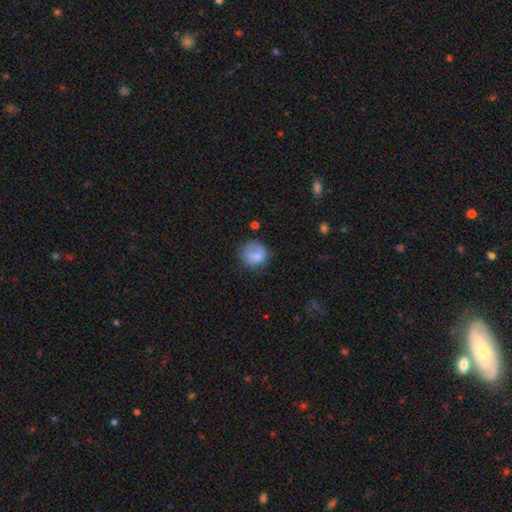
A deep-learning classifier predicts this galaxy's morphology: type=smooth (79%); roundness=round (81%); merging=none (62%).